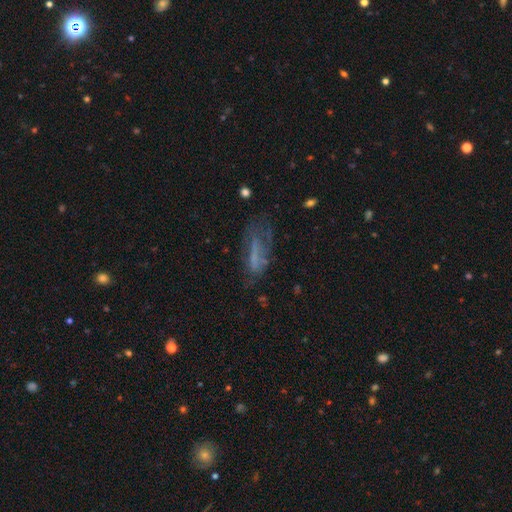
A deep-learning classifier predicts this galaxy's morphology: smooth-or-featured: featured or disk: 43% | smooth: 41% | star or artifact: 15%
  merging: none: 43% | major disturbance: 28% | minor disturbance: 25% | merger: 3%